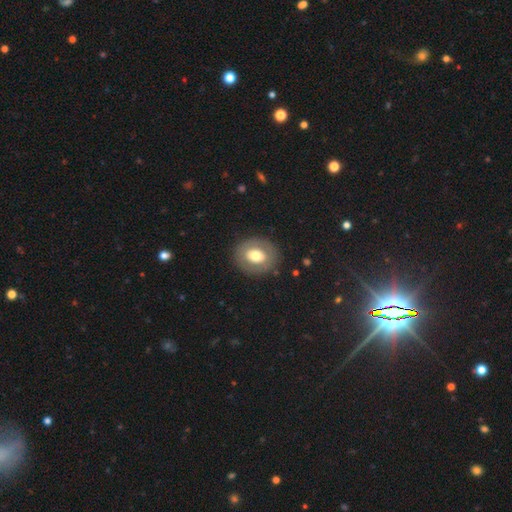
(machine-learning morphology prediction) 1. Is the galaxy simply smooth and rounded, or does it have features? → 57% smooth, 36% featured or disk, 7% star or artifact.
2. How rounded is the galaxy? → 62% round, 37% in between, 1% cigar-shaped.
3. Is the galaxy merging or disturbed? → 84% none, 10% minor disturbance, 5% major disturbance, 1% merger.